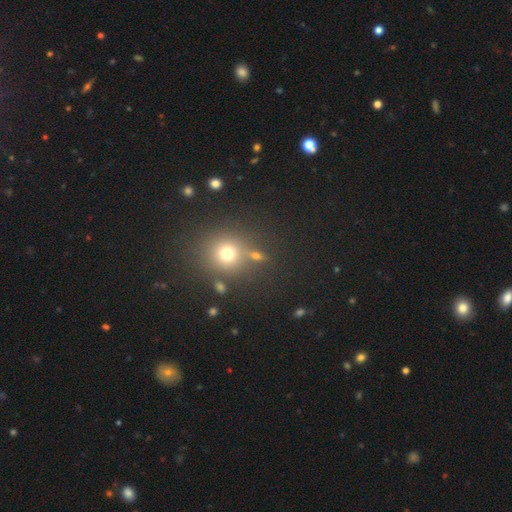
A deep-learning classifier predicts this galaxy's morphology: A smooth galaxy with no disk features (62%) that is round (87%). Merging: none (74%).